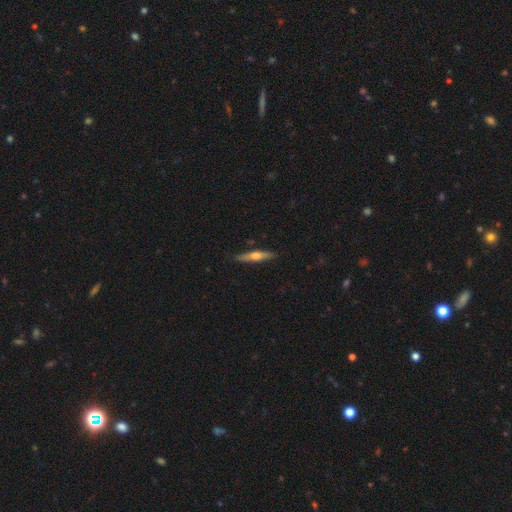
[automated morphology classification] Smooth or featured? Predicted: featured or disk (p=0.55). Edge-on disk? Predicted: yes (p=0.95). Edge-on bulge? Predicted: rounded (p=0.86). Merging? Predicted: none (p=0.84).